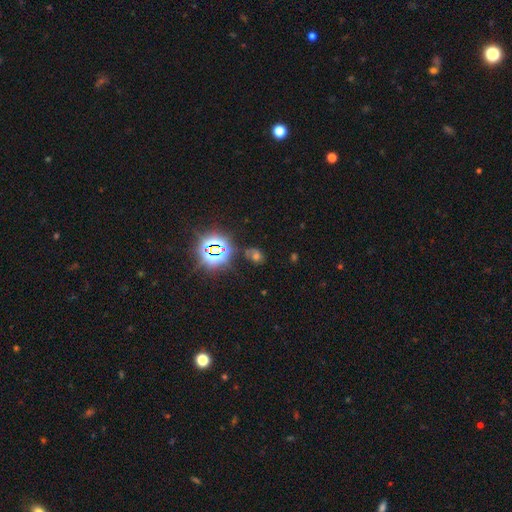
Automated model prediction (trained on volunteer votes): Overall: star or artifact (52%; smooth 35%).